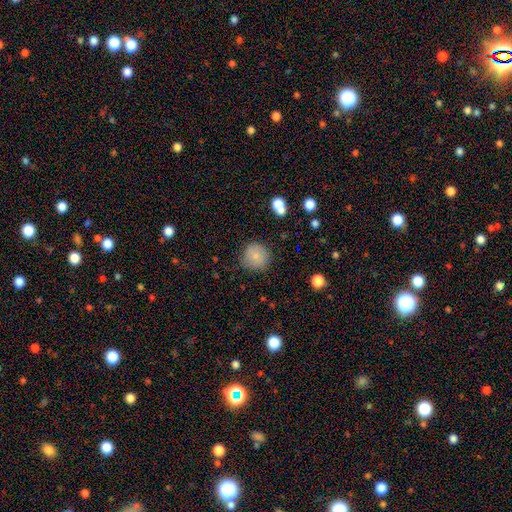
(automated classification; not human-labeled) smooth 82%, featured or disk 9%, star or artifact 9%. Down the decision tree: how rounded — round (91%); merging — none (77%).